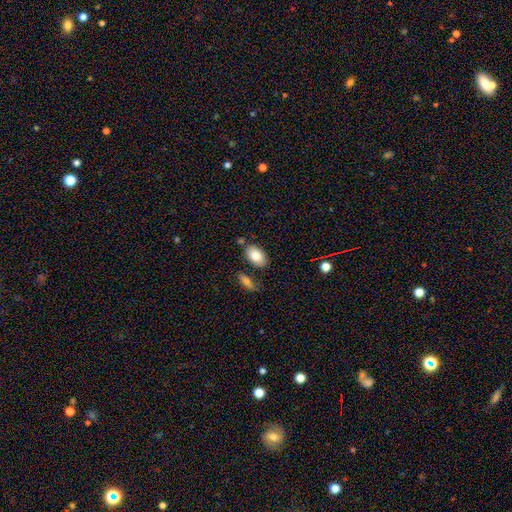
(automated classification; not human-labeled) A smooth galaxy with no disk features (84%) that is in between round and cigar-shaped (92%).

Vote fractions:
- Smooth or featured? smooth: 84% / featured or disk: 9% / star or artifact: 7%
- How rounded? in between: 92% / round: 6% / cigar-shaped: 2%
- Merging? none: 75% / minor disturbance: 13% / merger: 8% / major disturbance: 3%